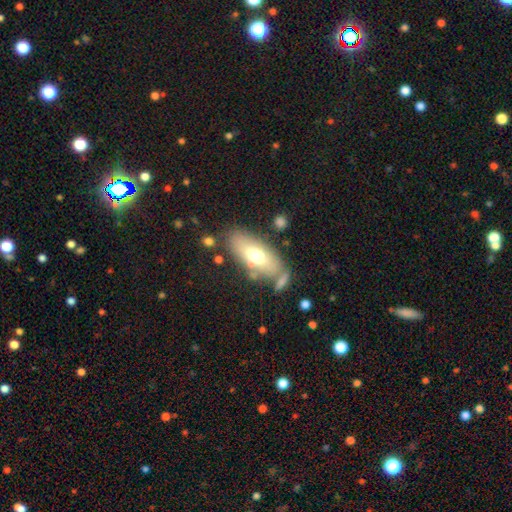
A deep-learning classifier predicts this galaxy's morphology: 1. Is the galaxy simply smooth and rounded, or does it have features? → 63% smooth, 29% featured or disk, 8% star or artifact.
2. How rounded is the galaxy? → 82% in between, 14% cigar-shaped, 4% round.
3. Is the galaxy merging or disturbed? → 68% none, 15% minor disturbance, 11% merger, 6% major disturbance.